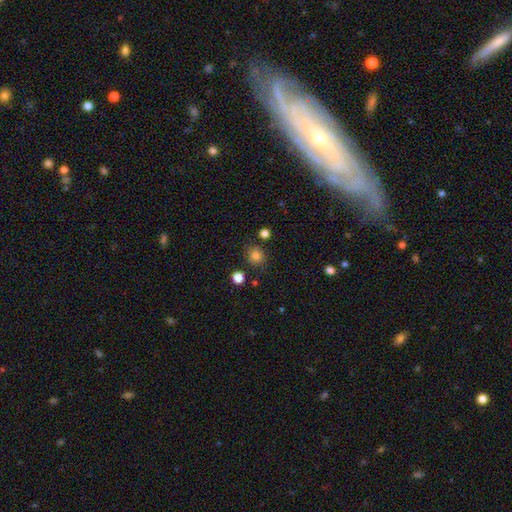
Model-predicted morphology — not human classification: Q: Smooth or featured?
A: smooth (81%); runner-up: star or artifact (13%)
Q: How rounded?
A: round (86%); runner-up: in between (14%)
Q: Merging?
A: none (82%); runner-up: minor disturbance (10%)